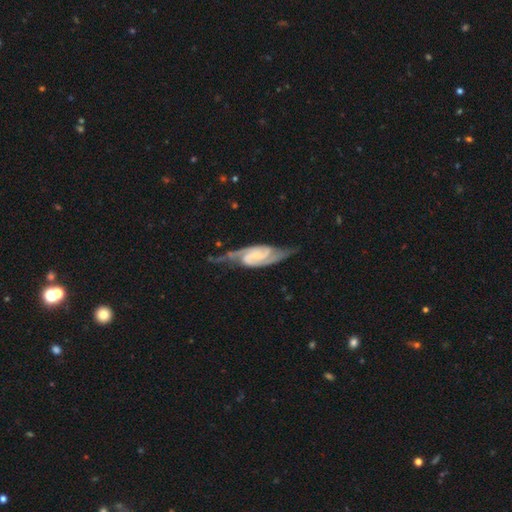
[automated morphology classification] This is clearly a featured or disk galaxy (91%). It is clearly not viewed edge-on (95%). Bar: marginally weak (43%). Spiral arm pattern: clearly yes (98%). Spiral arm count: clearly 2 (93%). Spiral winding: possibly medium (52%). Central bulge: possibly small (53%). Merging: likely none (67%).